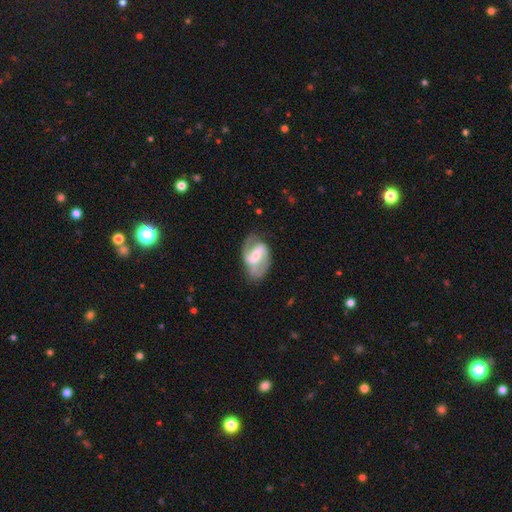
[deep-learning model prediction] smooth-or-featured: featured or disk: 81% | smooth: 14% | star or artifact: 5%
  disk-edge-on: no: 97% | yes: 3%
    bar: weak: 43% | strong: 40% | no: 17%
    has-spiral-arms: yes: 93% | no: 7%
      spiral-winding: medium: 51% | loose: 29% | tight: 20%
      spiral-arm-count: 2: 87% | can't tell: 6% | 1: 3% | 3: 2% | 4: 1% | more than 4: 1%
    bulge-size: small: 44% (tied) | moderate: 44% (tied) | large: 6% | none: 5% | dominant: 1%
  merging: none: 68% | minor disturbance: 20% | major disturbance: 10% | merger: 2%